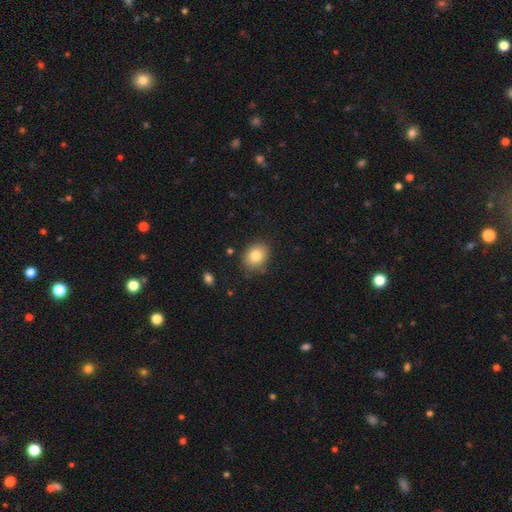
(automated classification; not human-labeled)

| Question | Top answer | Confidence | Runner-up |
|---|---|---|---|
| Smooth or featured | smooth | 81% | featured or disk (10%) |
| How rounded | round | 50% | in between (49%) |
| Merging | none | 82% | minor disturbance (13%) |